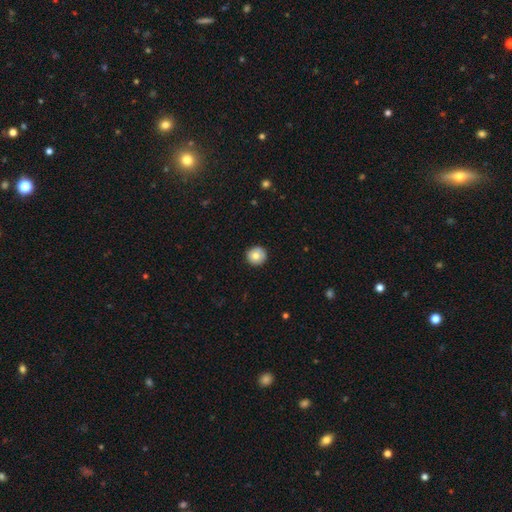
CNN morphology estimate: This is likely a smooth galaxy (77%). How rounded: clearly round (95%). Merging: clearly none (90%).